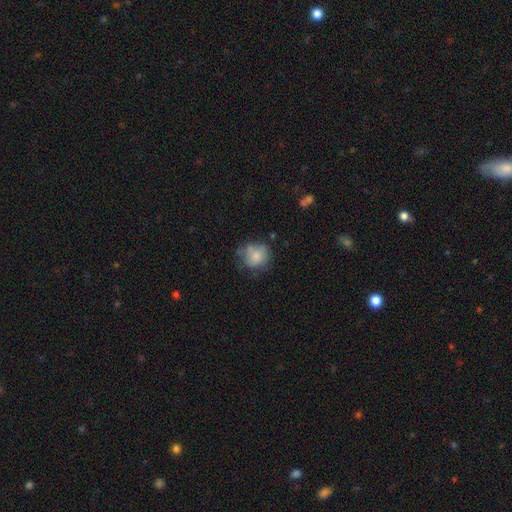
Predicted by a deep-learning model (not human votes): smooth 73%, featured or disk 18%, star or artifact 9%. Down the decision tree: how rounded — round (73%); merging — none (51%).